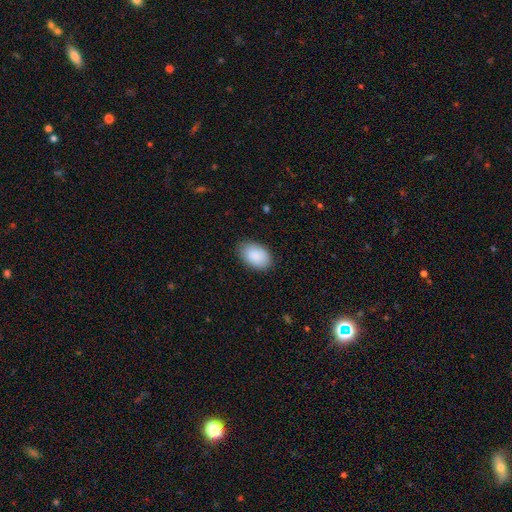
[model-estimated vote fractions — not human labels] Q: Smooth or featured?
A: smooth (89%); runner-up: star or artifact (6%)
Q: How rounded?
A: in between (92%); runner-up: round (7%)
Q: Merging?
A: none (84%); runner-up: minor disturbance (13%)